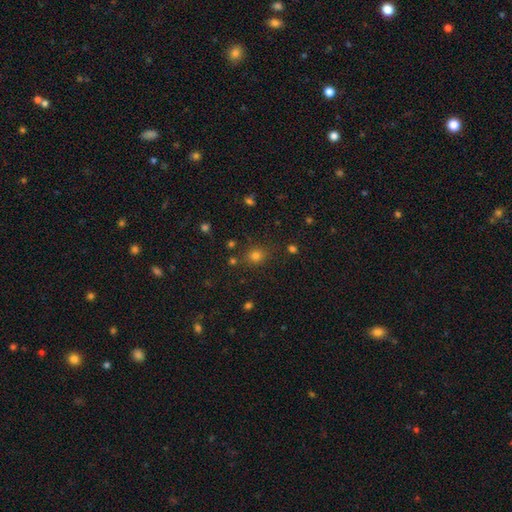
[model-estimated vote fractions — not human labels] A smooth galaxy with no disk features (73%) that is round (75%). Merging: none (81%).